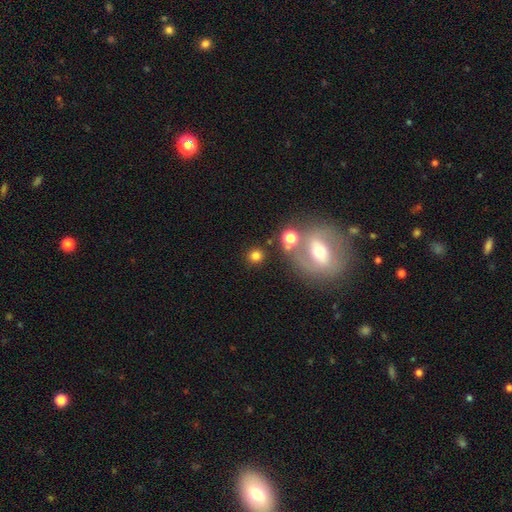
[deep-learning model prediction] Morphology: type=smooth (76%); roundness=round (89%); merging=none (78%).